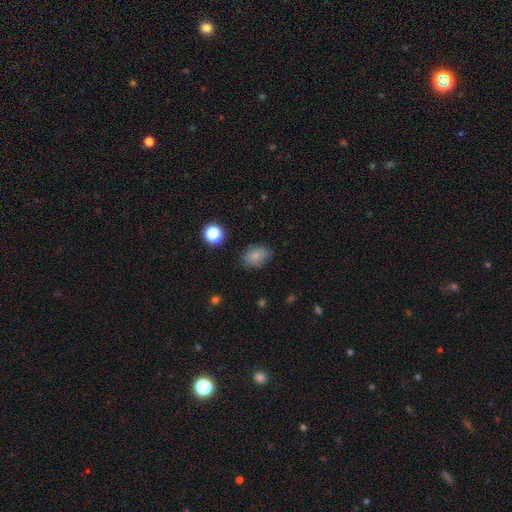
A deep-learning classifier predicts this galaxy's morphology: smooth-or-featured: smooth: 81% | star or artifact: 11% | featured or disk: 8%
  how-rounded: in between: 76% | round: 23% | cigar-shaped: 1%
  merging: none: 77% | minor disturbance: 17% | major disturbance: 4% | merger: 2%